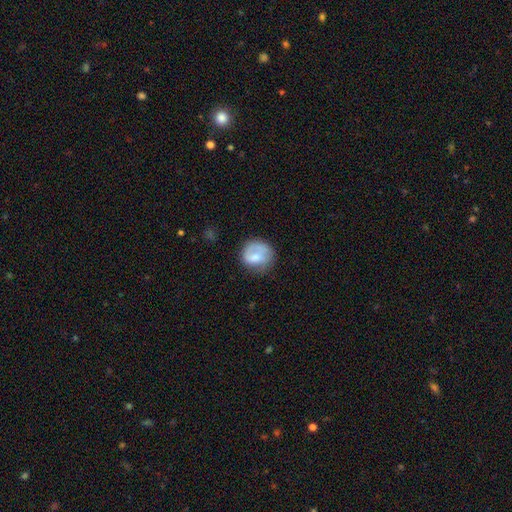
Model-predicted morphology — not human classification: This appears to be a smooth galaxy with no disk features (64%) that is round (79%). Merging: none (58%).